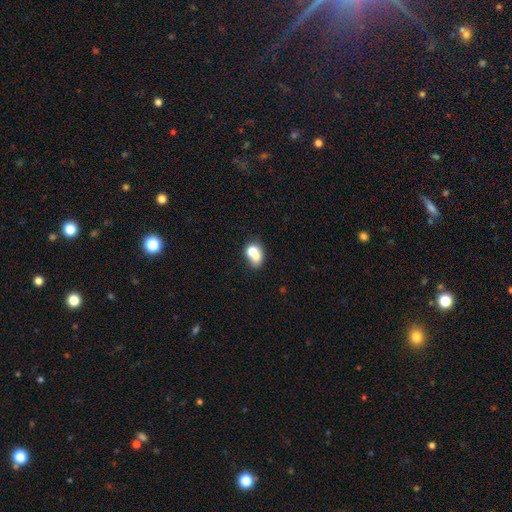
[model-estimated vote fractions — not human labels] Smooth or featured?
  - smooth: 68% *
  - featured or disk: 21%
  - star or artifact: 11%
How rounded?
  - in between: 52% *
  - round: 46%
  - cigar-shaped: 1%
Merging?
  - merger: 53% *
  - none: 29%
  - minor disturbance: 11%
  - major disturbance: 7%